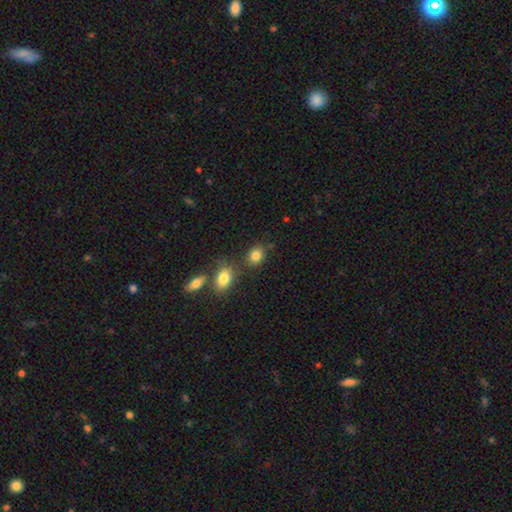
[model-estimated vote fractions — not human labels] Morphology: type=smooth (83%); roundness=in between (52%); merging=none (70%).